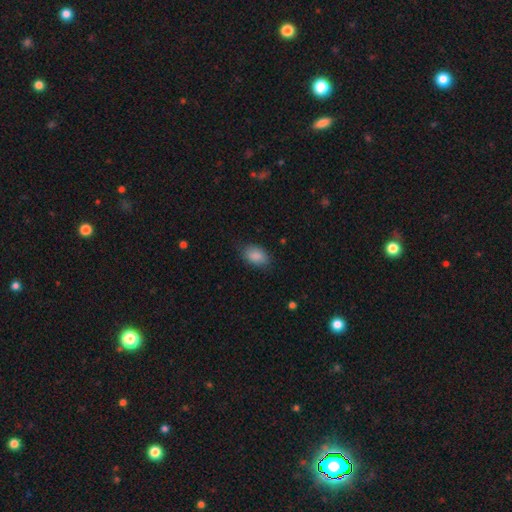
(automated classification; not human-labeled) Smooth or featured?
  - smooth: 88% *
  - star or artifact: 7%
  - featured or disk: 5%
How rounded?
  - in between: 90% *
  - round: 8%
  - cigar-shaped: 2%
Merging?
  - none: 79% *
  - minor disturbance: 17%
  - major disturbance: 4%
  - merger: 1%